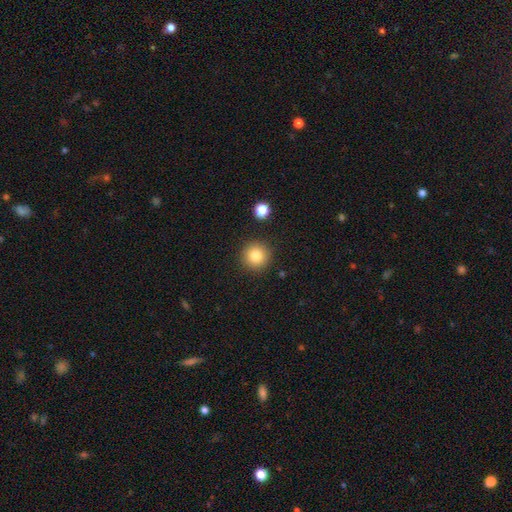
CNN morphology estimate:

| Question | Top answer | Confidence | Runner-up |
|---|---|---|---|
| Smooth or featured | smooth | 83% | star or artifact (11%) |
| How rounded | round | 95% | in between (4%) |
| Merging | none | 90% | minor disturbance (6%) |